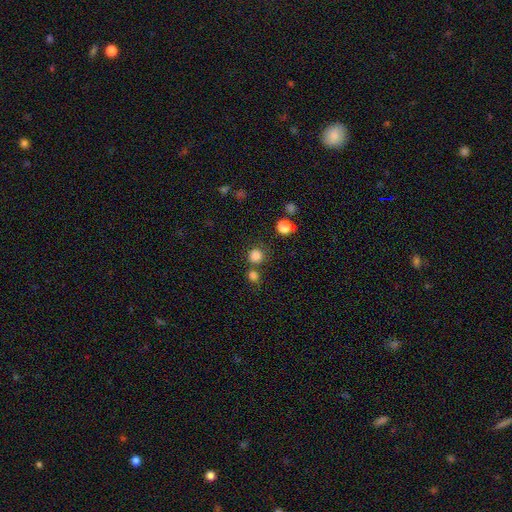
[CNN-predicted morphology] A smooth galaxy with no disk features (82%) that is round (91%).

Vote fractions:
- Smooth or featured? smooth: 82% / star or artifact: 14% / featured or disk: 4%
- How rounded? round: 91% / in between: 9% / cigar-shaped: 1%
- Merging? none: 71% / merger: 16% / minor disturbance: 9% / major disturbance: 4%